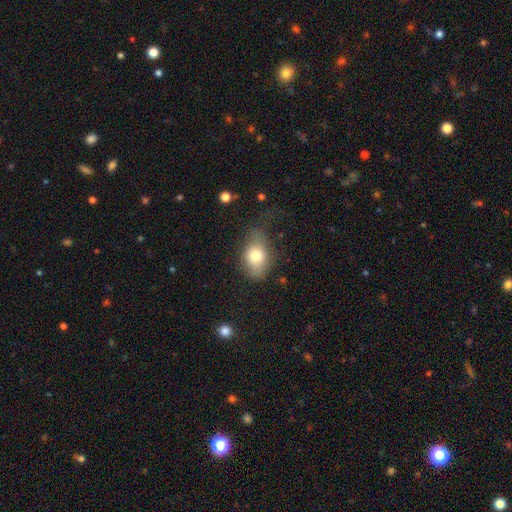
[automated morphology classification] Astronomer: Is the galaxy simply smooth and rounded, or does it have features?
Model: smooth — 75%.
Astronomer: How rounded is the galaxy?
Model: in between — 77%.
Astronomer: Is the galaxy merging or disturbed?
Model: none — 51% (runner-up: minor disturbance, 31%).